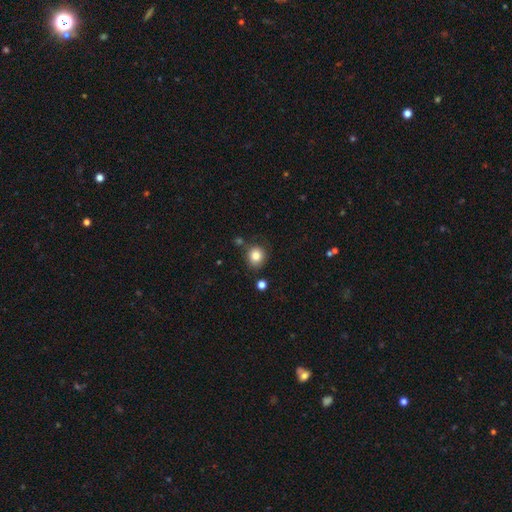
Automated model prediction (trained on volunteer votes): This appears to be a smooth galaxy with no disk features (84%) that is round (80%). Merging: none (79%).